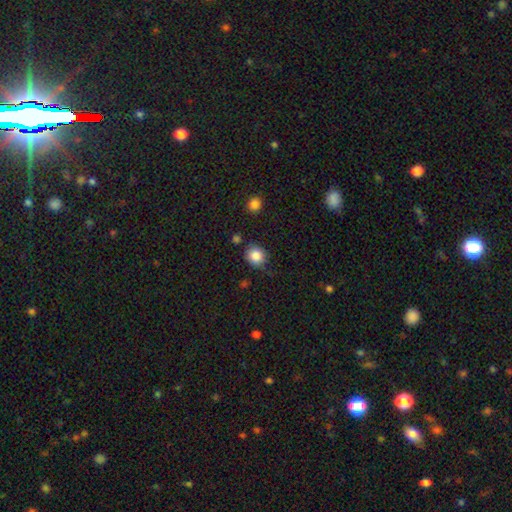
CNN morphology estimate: smooth-or-featured: smooth: 86% | star or artifact: 9% | featured or disk: 4%
  how-rounded: round: 83% | in between: 16% | cigar-shaped: 1%
  merging: none: 78% | minor disturbance: 15% | major disturbance: 4% | merger: 4%